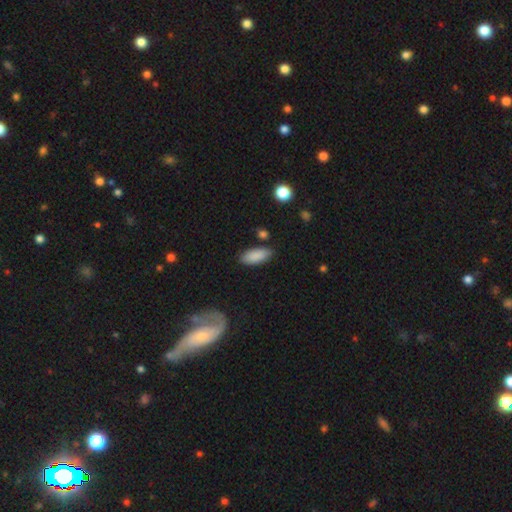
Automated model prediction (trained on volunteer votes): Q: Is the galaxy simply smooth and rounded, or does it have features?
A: smooth — 88%.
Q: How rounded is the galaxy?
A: in between — 85%.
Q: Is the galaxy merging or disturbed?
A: none — 81%.